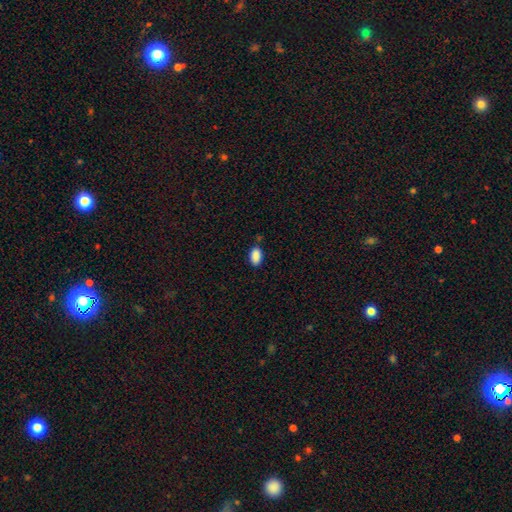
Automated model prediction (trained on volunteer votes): Smooth or featured?
  - smooth: 89% *
  - star or artifact: 8%
  - featured or disk: 3%
How rounded?
  - in between: 92% *
  - round: 5%
  - cigar-shaped: 3%
Merging?
  - none: 79% *
  - minor disturbance: 15%
  - merger: 3%
  - major disturbance: 3%